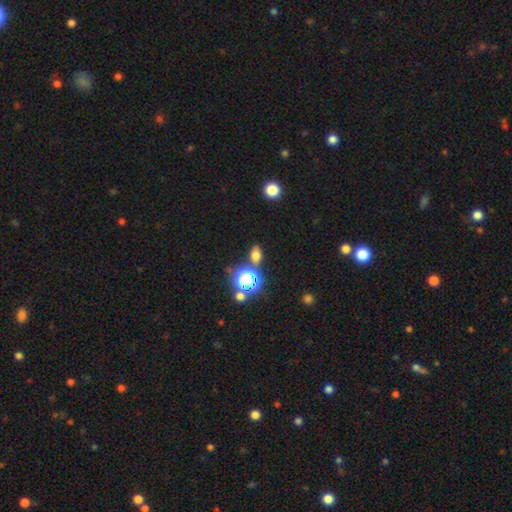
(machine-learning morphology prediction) Q: Smooth or featured?
A: smooth (62%); runner-up: star or artifact (29%)
Q: How rounded?
A: in between (73%); runner-up: round (23%)
Q: Merging?
A: none (75%); runner-up: minor disturbance (11%)